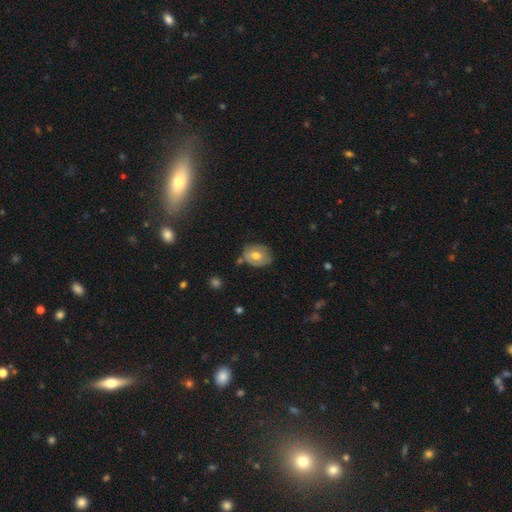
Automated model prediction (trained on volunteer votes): The model was most divided on "how rounded": in between: 59%, round: 40%, cigar-shaped: 1%. More confident: merging — none (62%); smooth or featured — smooth (58%).